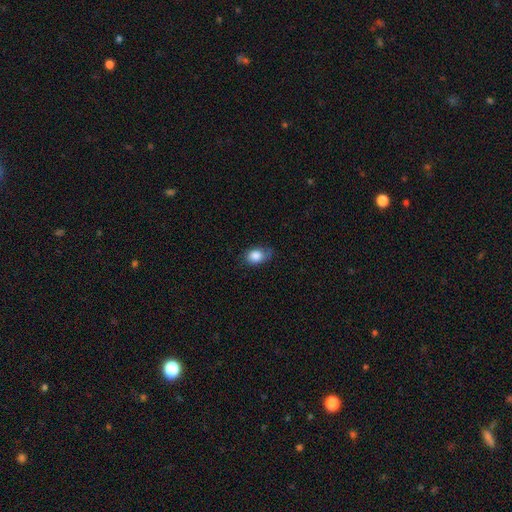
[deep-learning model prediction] smooth_or_featured: smooth (p=0.85) [alt: star or artifact p=0.08]
how_rounded: in between (p=0.64) [alt: round p=0.34]
merging: none (p=0.62) [alt: minor disturbance p=0.29]